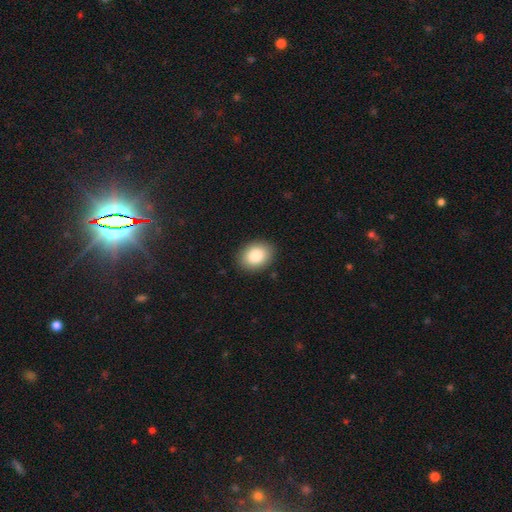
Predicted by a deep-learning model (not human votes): smooth 87%, star or artifact 7%, featured or disk 6%. Down the decision tree: how rounded — in between (66%); merging — none (89%).